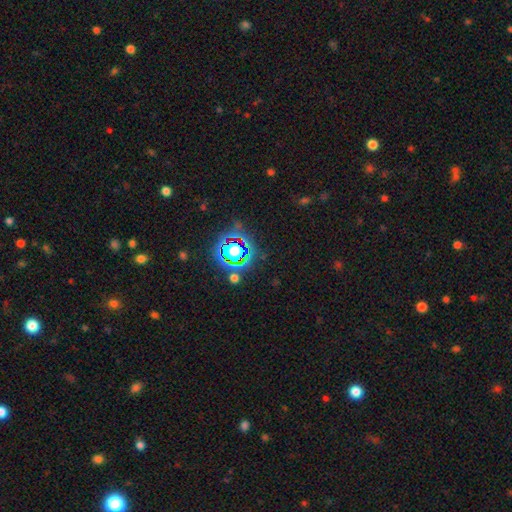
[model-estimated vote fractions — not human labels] Smooth or featured? star or artifact (80%)